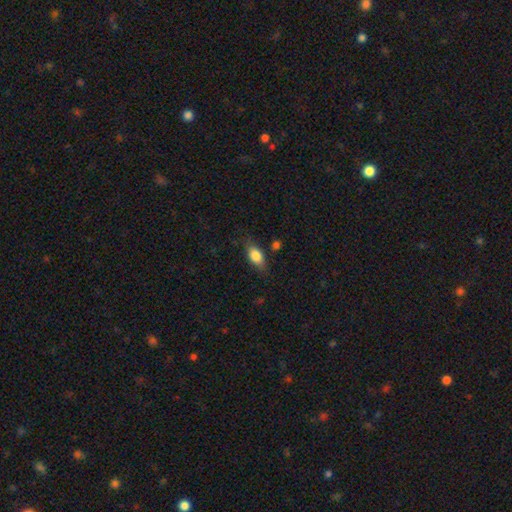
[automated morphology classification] smooth_or_featured: smooth (p=0.81) [alt: featured or disk p=0.12]
how_rounded: in between (p=0.84) [alt: round p=0.08]
merging: none (p=0.72) [alt: minor disturbance p=0.20]